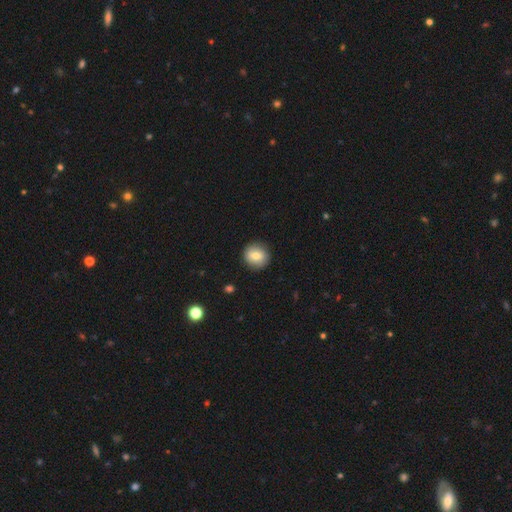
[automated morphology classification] A smooth galaxy with no disk features (70%) that is round (92%).

Vote fractions:
- Smooth or featured? smooth: 70% / featured or disk: 21% / star or artifact: 9%
- How rounded? round: 92% / in between: 7% / cigar-shaped: 1%
- Merging? none: 89% / minor disturbance: 8% / major disturbance: 2% / merger: 1%